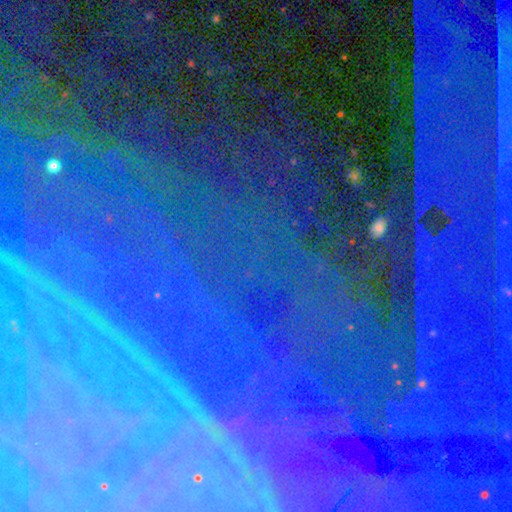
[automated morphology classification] This appears to be a star or artifact, not a galaxy (74%).